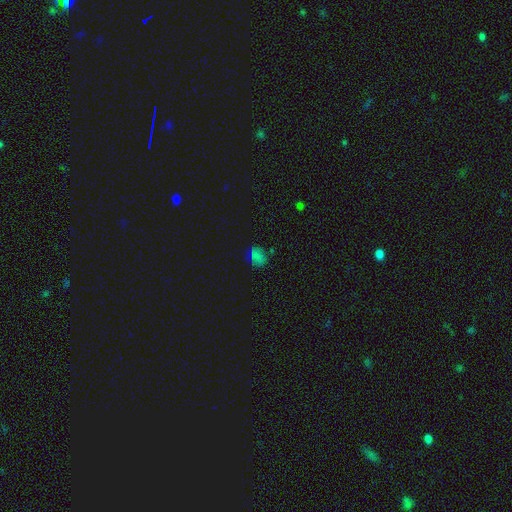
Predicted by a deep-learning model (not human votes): Smooth or featured? Predicted: smooth (p=0.66). How rounded? Predicted: in between (p=0.67). Merging? Predicted: none (p=0.70).